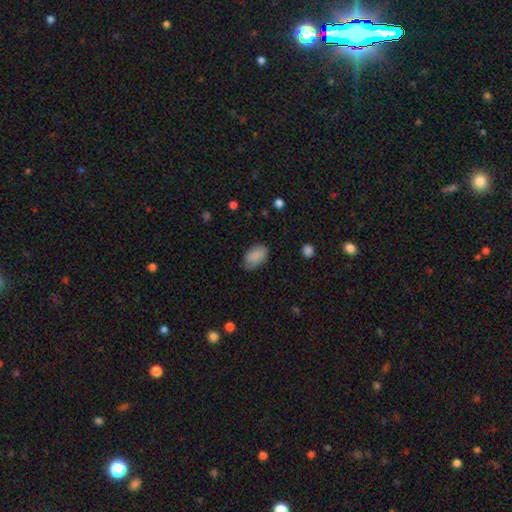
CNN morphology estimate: A smooth galaxy with no disk features (86%) that is in between round and cigar-shaped (90%). Merging: none (68%).